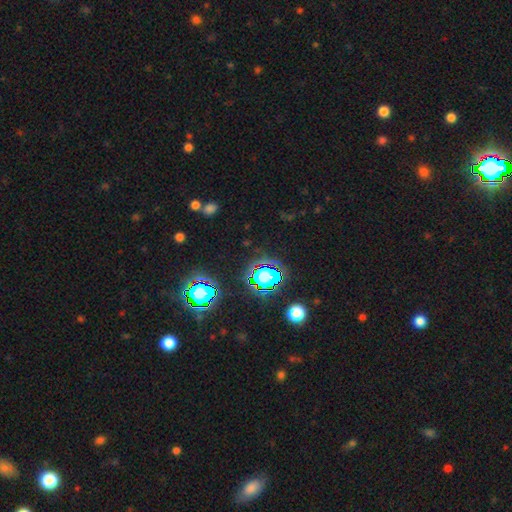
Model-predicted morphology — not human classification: A star or artifact, not a galaxy (80%).

Vote fractions:
- Smooth or featured? star or artifact: 80% / smooth: 12% / featured or disk: 8%